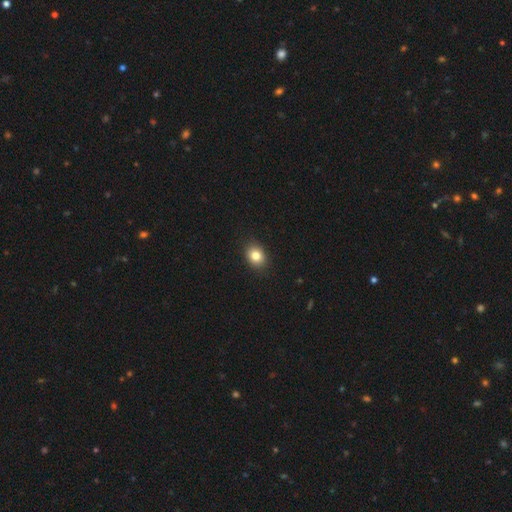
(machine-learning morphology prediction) Q: Smooth or featured?
A: smooth (82%); runner-up: star or artifact (10%)
Q: How rounded?
A: in between (50%); runner-up: round (49%)
Q: Merging?
A: none (89%); runner-up: minor disturbance (8%)